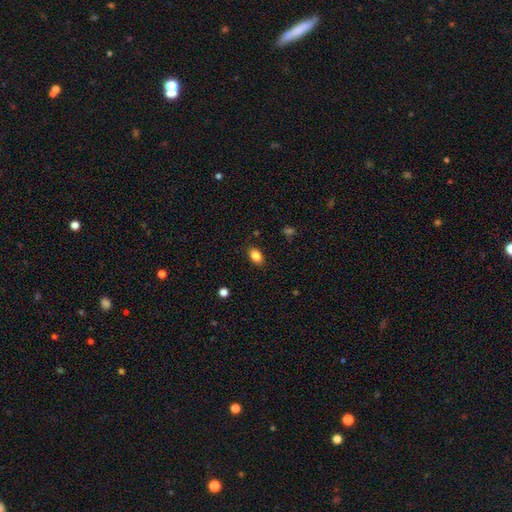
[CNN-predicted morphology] This is clearly a smooth galaxy (86%). How rounded: clearly in between (87%). Merging: clearly none (86%).